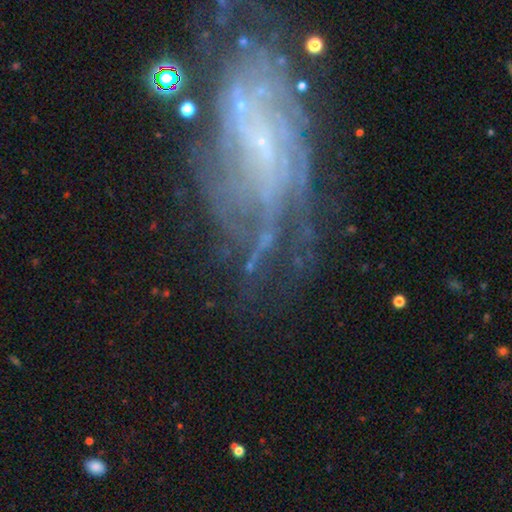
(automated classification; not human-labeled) Overall: featured or disk (78%). Edge-on disk: no (96%). Bar: no (55%; weak 31%). Spiral arms: yes (90%). Spiral arm count: can't tell (37%; 2 15%). Spiral winding: tight (55%; medium 31%). Bulge size: small (74%). Merging: none (59%; major disturbance 19%).